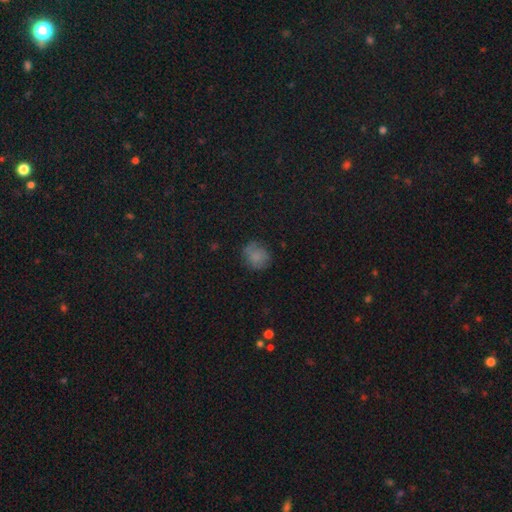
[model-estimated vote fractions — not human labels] A smooth galaxy with no disk features (75%) that is round (79%).

Vote fractions:
- Smooth or featured? smooth: 75% / star or artifact: 13% / featured or disk: 12%
- How rounded? round: 79% / in between: 20% / cigar-shaped: 1%
- Merging? none: 69% / minor disturbance: 22% / major disturbance: 7% / merger: 2%